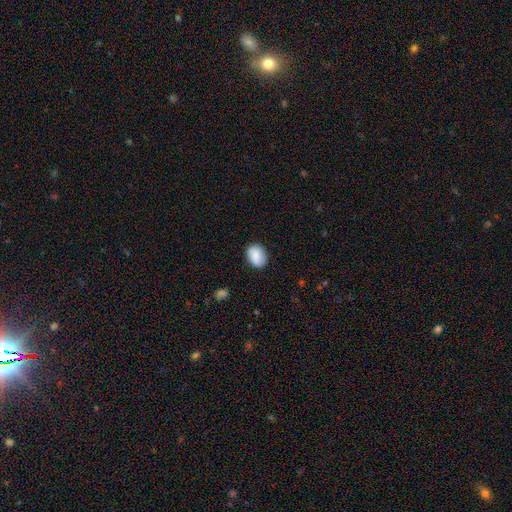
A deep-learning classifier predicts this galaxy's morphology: Overall: smooth (83%). How rounded: in between (68%; round 31%). Merging: none (81%).